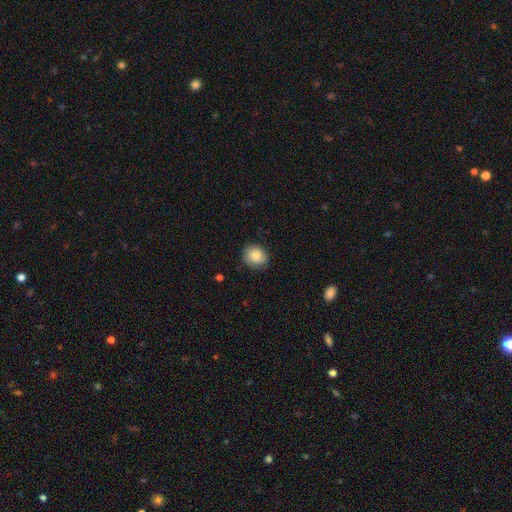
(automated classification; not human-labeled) smooth-or-featured: smooth: 80% | featured or disk: 12% | star or artifact: 8%
  how-rounded: round: 75% | in between: 24% | cigar-shaped: 1%
  merging: none: 79% | minor disturbance: 17% | major disturbance: 3% | merger: 1%